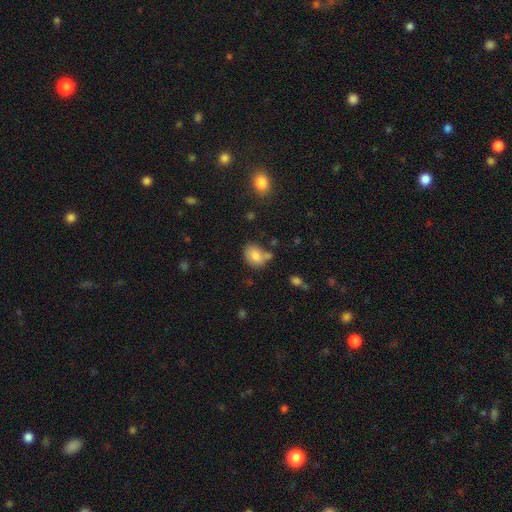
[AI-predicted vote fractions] Smooth or featured? smooth (80%)
How rounded? in between (64%)
Merging? none (58%)